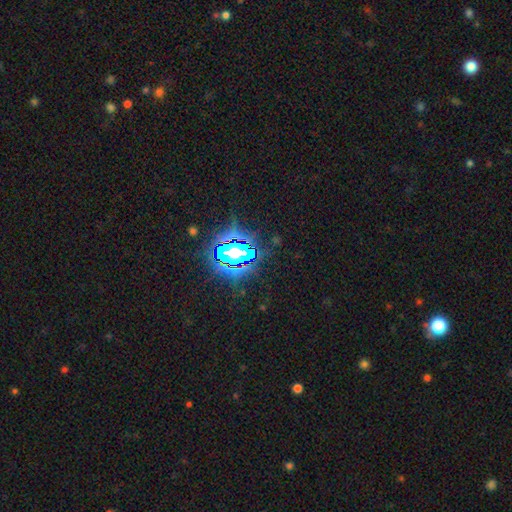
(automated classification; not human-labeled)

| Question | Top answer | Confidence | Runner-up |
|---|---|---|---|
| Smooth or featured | star or artifact | 82% | smooth (11%) |